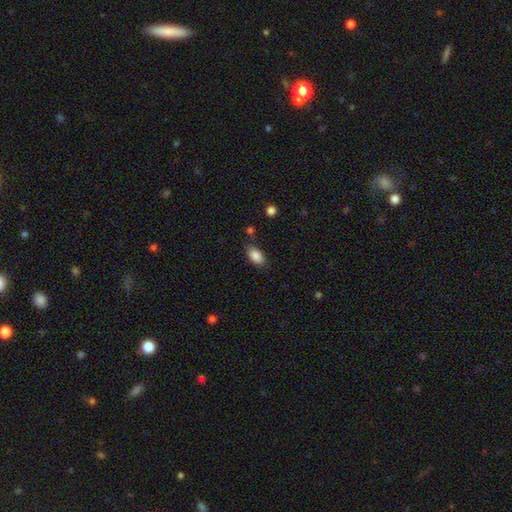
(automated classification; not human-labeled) Smooth or featured? Predicted: smooth (p=0.87). How rounded? Predicted: in between (p=0.91). Merging? Predicted: none (p=0.78).